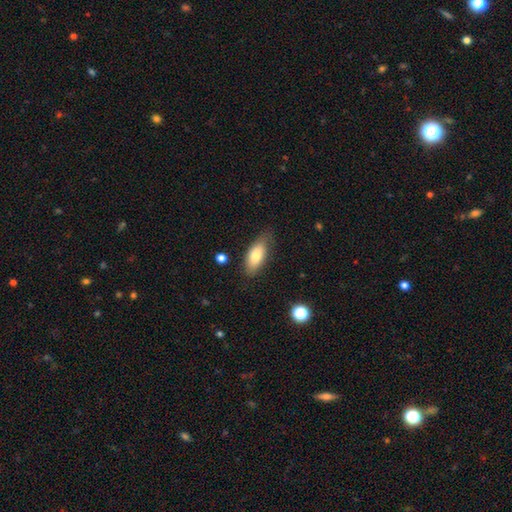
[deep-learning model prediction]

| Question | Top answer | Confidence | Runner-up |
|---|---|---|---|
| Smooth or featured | smooth | 77% | featured or disk (16%) |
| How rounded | in between | 83% | cigar-shaped (14%) |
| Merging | none | 70% | minor disturbance (23%) |